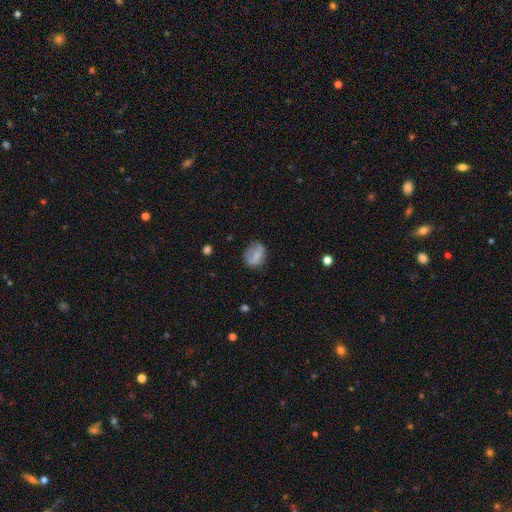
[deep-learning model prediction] Smooth or featured? Predicted: smooth (p=0.64). How rounded? Predicted: in between (p=0.58). Merging? Predicted: none (p=0.58).